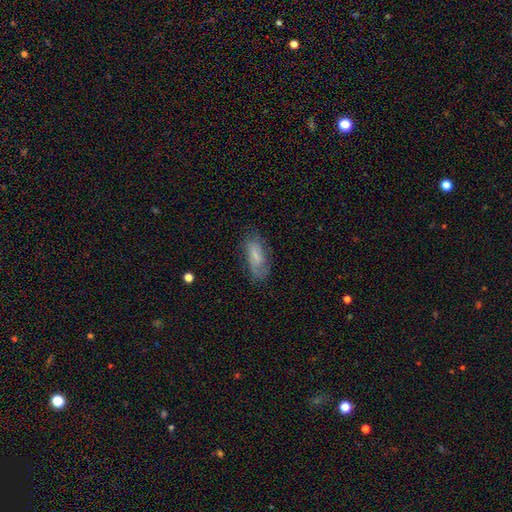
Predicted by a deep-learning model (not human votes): smooth 58%, featured or disk 34%, star or artifact 8%. Down the decision tree: how rounded — in between (77%); merging — none (63%).